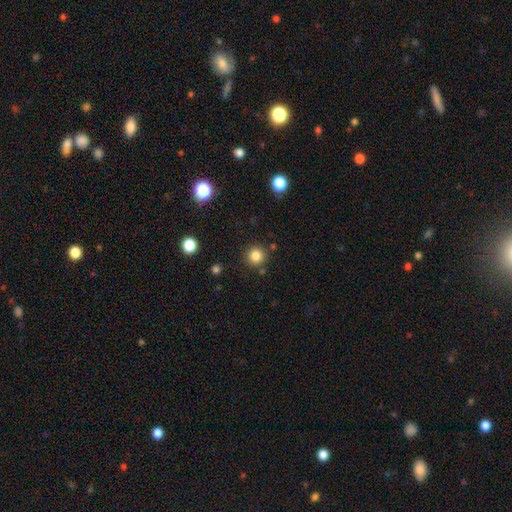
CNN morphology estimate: type=smooth (84%); roundness=round (94%); merging=none (86%).